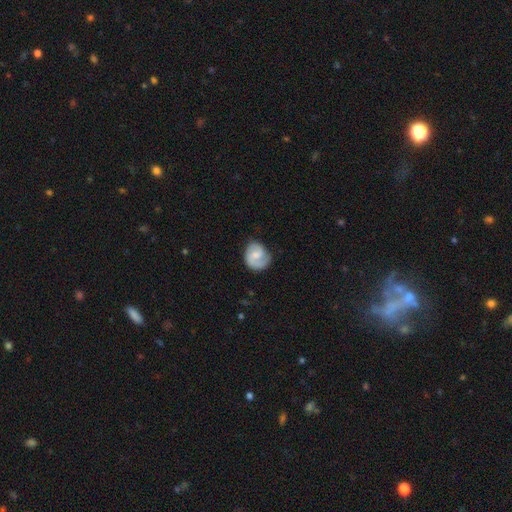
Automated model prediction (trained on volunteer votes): Overall: featured or disk (64%; smooth 30%). Edge-on disk: no (98%). Bar: no (51%; weak 42%). Spiral arms: yes (92%). Spiral arm count: 2 (54%; 1 33%). Spiral winding: tight (44%; medium 40%). Bulge size: small (45%; moderate 39%). Merging: none (66%).